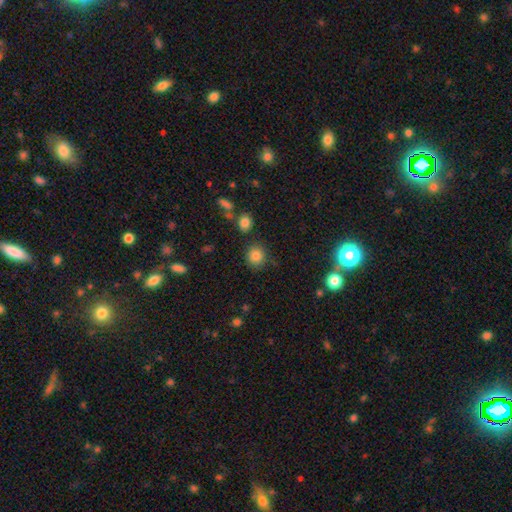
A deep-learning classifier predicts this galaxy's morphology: Smooth or featured: smooth — 83% (star or artifact — 11%)
How rounded: round — 87% (in between — 12%)
Merging: none — 83% (minor disturbance — 10%)